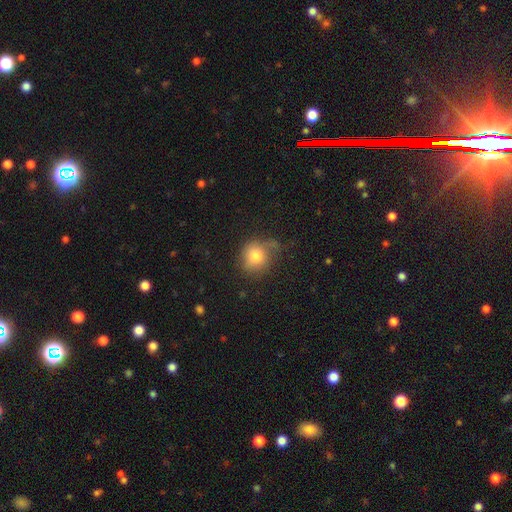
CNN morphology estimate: This appears to be a smooth galaxy with no disk features (78%) that is round (78%). Merging: none (54%).